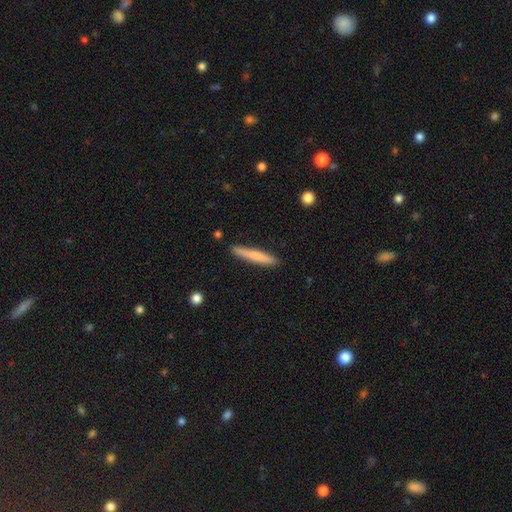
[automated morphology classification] Smooth or featured?
  - smooth: 71% *
  - featured or disk: 23%
  - star or artifact: 6%
How rounded?
  - cigar-shaped: 95% *
  - in between: 4%
  - round: 1%
Merging?
  - none: 89% *
  - minor disturbance: 8%
  - major disturbance: 2%
  - merger: 1%